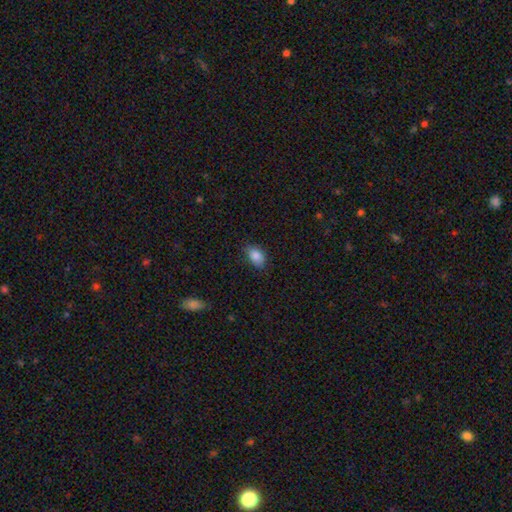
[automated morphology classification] A smooth galaxy with no disk features (86%) that is in between round and cigar-shaped (85%). Merging: none (75%).